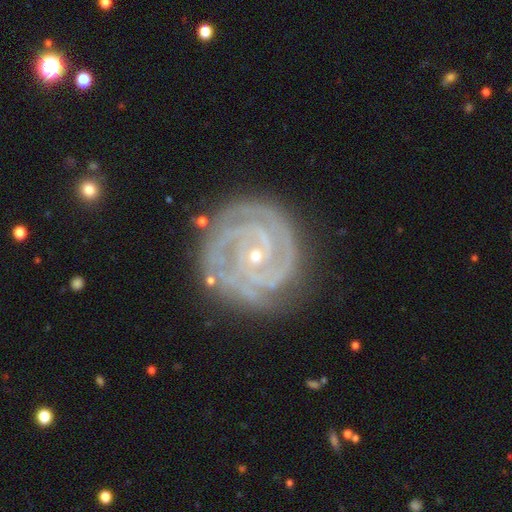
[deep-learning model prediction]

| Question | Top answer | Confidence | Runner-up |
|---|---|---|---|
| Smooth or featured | featured or disk | 91% | star or artifact (5%) |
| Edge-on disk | no | 98% | yes (2%) |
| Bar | no | 58% | weak (27%) |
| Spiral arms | yes | 99% | no (1%) |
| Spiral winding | tight | 84% | medium (15%) |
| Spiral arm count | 2 | 39% | 3 (29%) |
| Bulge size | small | 80% | moderate (17%) |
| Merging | none | 79% | minor disturbance (15%) |